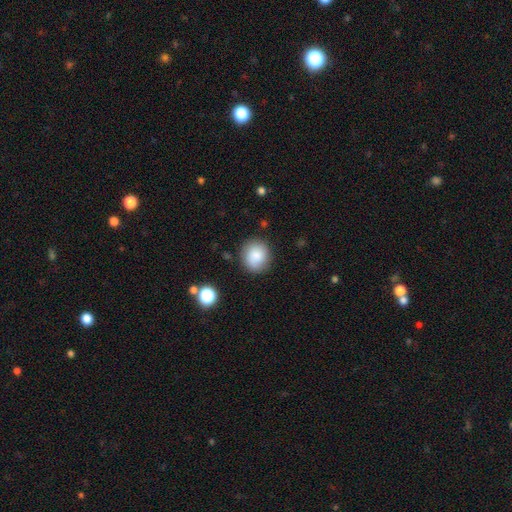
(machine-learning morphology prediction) This appears to be a smooth galaxy with no disk features (84%) that is round (84%). Merging: none (85%).